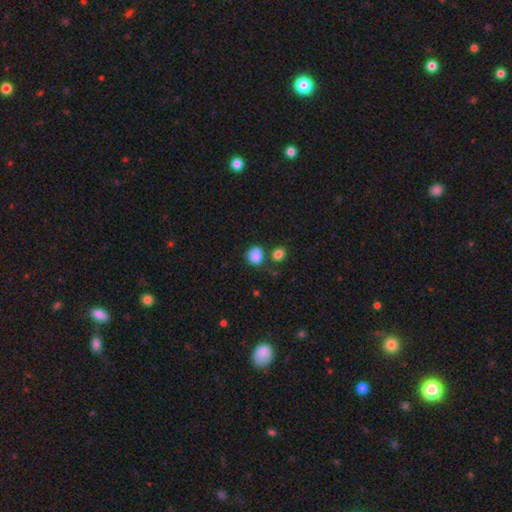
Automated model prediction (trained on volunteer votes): Smooth or featured?
  - smooth: 86% *
  - star or artifact: 10%
  - featured or disk: 4%
How rounded?
  - round: 79% *
  - in between: 20%
  - cigar-shaped: 1%
Merging?
  - none: 64% *
  - minor disturbance: 17%
  - merger: 14%
  - major disturbance: 5%